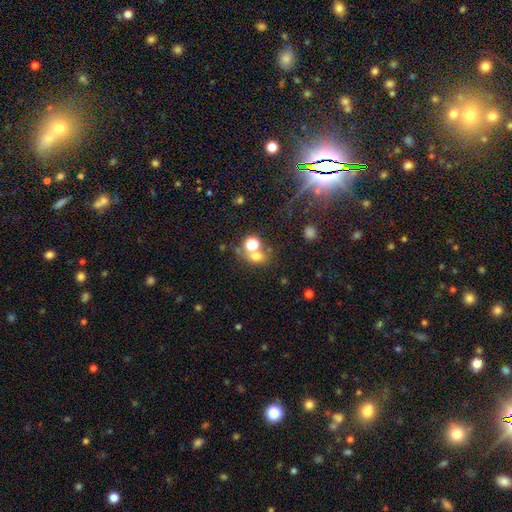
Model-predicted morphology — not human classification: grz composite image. It shows a smooth galaxy with no disk features (65%) that is round (61%). Merging: none (45%).